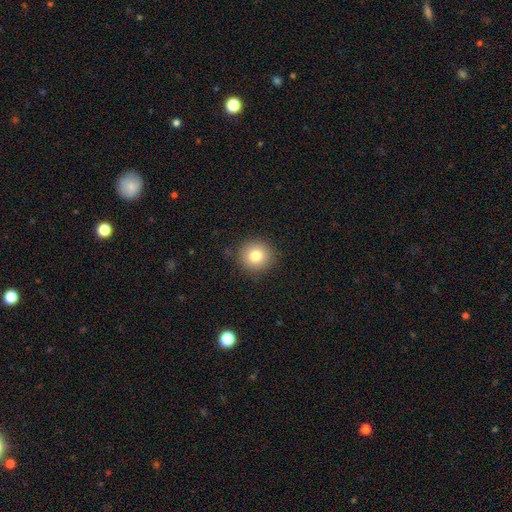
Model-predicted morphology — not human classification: Q: Smooth or featured?
A: smooth (80%); runner-up: star or artifact (11%)
Q: How rounded?
A: round (93%); runner-up: in between (7%)
Q: Merging?
A: none (89%); runner-up: minor disturbance (7%)